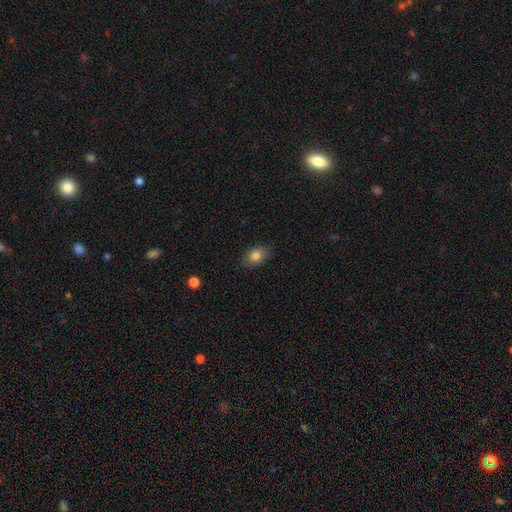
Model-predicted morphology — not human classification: Overall: smooth (82%). How rounded: in between (86%). Merging: none (85%).